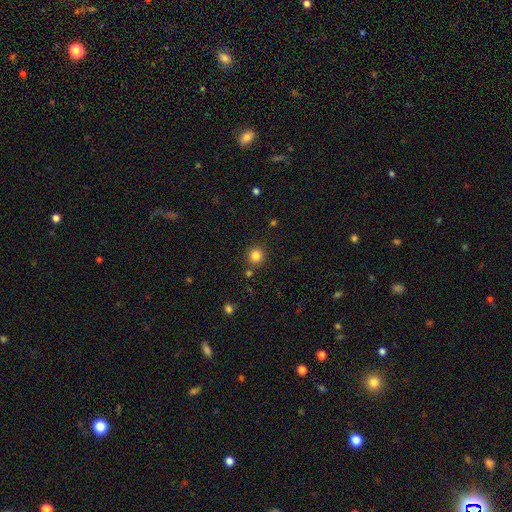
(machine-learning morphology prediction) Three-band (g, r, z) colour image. It shows a smooth galaxy with no disk features (83%) that is round (94%). Merging: none (86%).